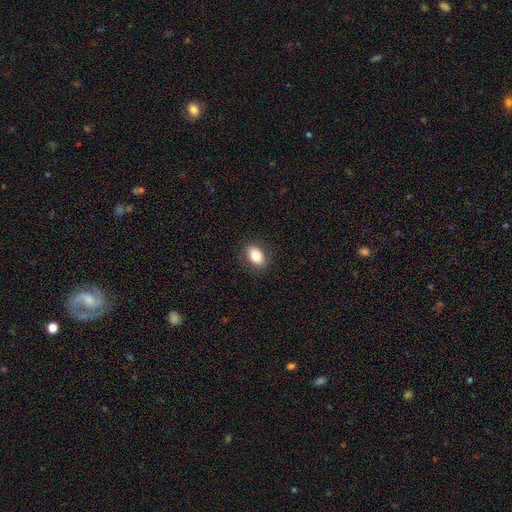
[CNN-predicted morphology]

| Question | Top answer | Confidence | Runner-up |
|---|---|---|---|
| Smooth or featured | smooth | 83% | featured or disk (9%) |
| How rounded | in between | 81% | round (18%) |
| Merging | none | 87% | minor disturbance (9%) |